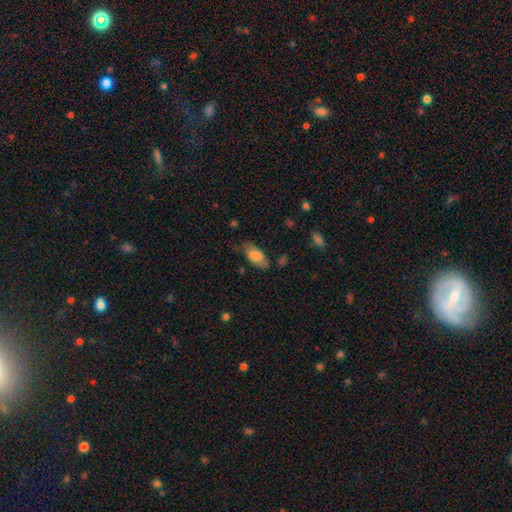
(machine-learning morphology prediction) Smooth or featured: smooth — 74% (featured or disk — 19%)
How rounded: in between — 89% (cigar-shaped — 8%)
Merging: none — 65% (minor disturbance — 24%)